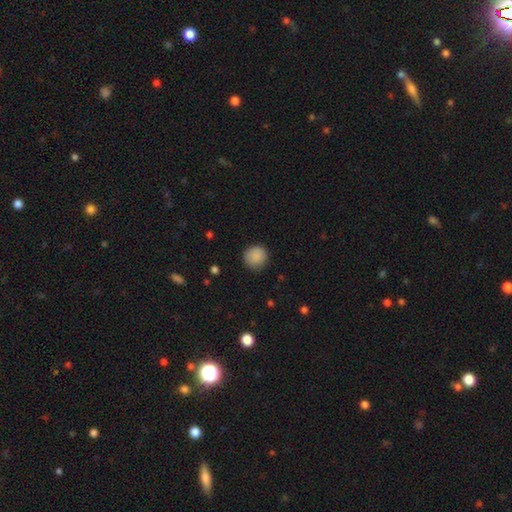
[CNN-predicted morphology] Smooth or featured?
  - smooth: 88% *
  - star or artifact: 8%
  - featured or disk: 3%
How rounded?
  - round: 93% *
  - in between: 6%
  - cigar-shaped: 1%
Merging?
  - none: 87% *
  - minor disturbance: 10%
  - major disturbance: 2%
  - merger: 1%